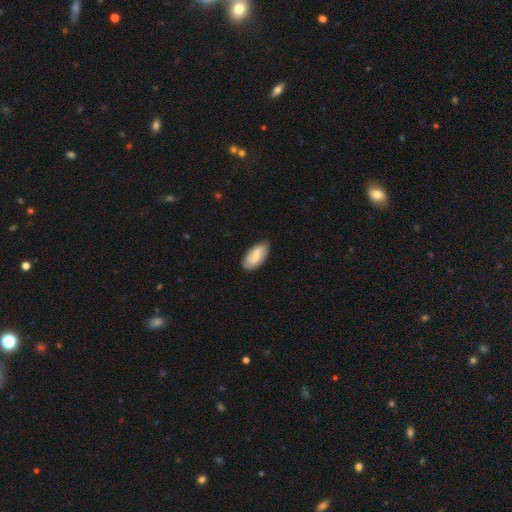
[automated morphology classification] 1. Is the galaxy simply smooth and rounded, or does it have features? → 62% smooth, 32% featured or disk, 6% star or artifact.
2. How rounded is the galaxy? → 93% in between, 5% cigar-shaped, 2% round.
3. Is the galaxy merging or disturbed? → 83% none, 14% minor disturbance, 2% major disturbance, 1% merger.